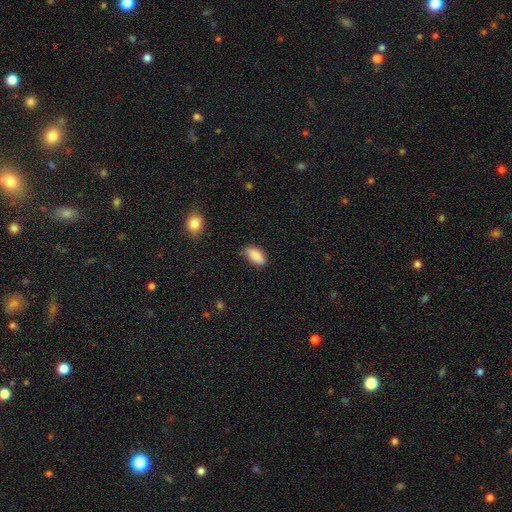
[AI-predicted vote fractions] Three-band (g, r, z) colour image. It shows a smooth galaxy with no disk features (88%) that is in between round and cigar-shaped (90%). Merging: none (79%).